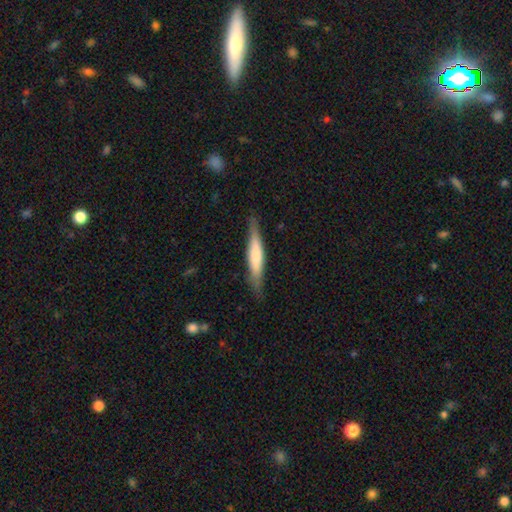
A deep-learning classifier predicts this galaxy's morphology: Smooth or featured?
  - smooth: 58% *
  - featured or disk: 37%
  - star or artifact: 5%
How rounded?
  - cigar-shaped: 90% *
  - in between: 9%
  - round: 1%
Merging?
  - none: 85% *
  - minor disturbance: 12%
  - major disturbance: 2%
  - merger: 1%